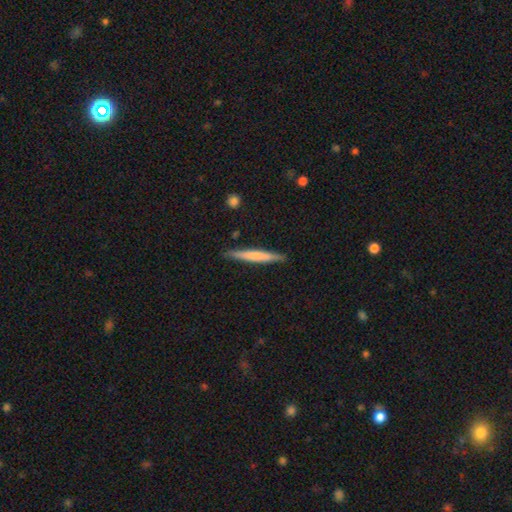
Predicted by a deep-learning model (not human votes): Morphology: type=smooth (60%); roundness=cigar-shaped (96%); merging=none (89%).